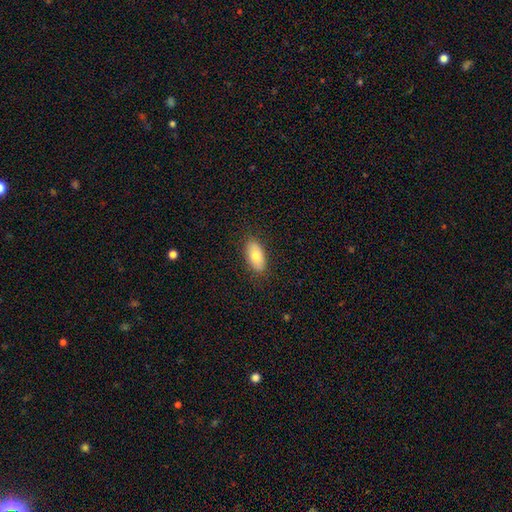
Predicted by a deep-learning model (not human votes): Overall: smooth (76%). How rounded: in between (91%). Merging: none (86%).